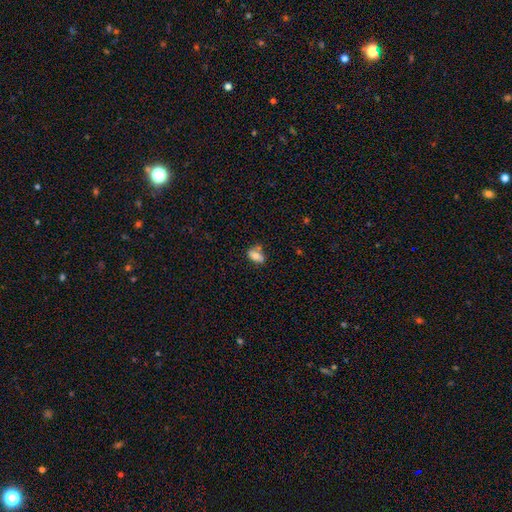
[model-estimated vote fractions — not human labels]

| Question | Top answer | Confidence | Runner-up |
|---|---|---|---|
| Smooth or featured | smooth | 70% | featured or disk (21%) |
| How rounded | in between | 83% | round (12%) |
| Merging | none | 54% | minor disturbance (20%) |